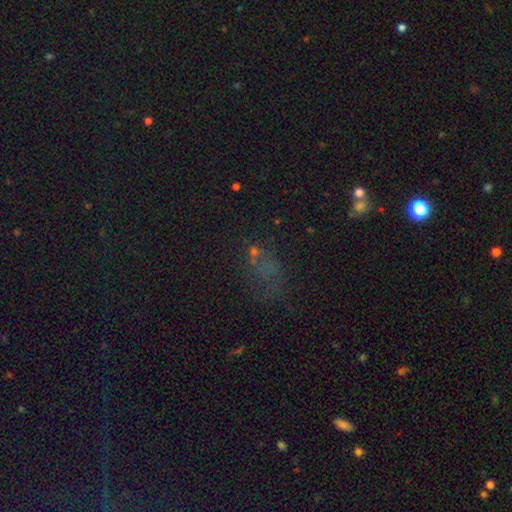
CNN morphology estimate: This is marginally a smooth galaxy (37%, tied with star or artifact). Merging: marginally none (40%).